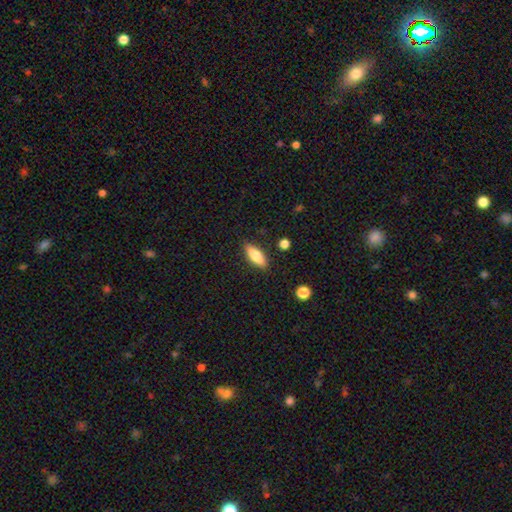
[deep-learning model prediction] Smooth or featured?
  - smooth: 69% *
  - featured or disk: 24%
  - star or artifact: 7%
How rounded?
  - in between: 68% *
  - cigar-shaped: 30%
  - round: 3%
Merging?
  - none: 86% *
  - minor disturbance: 10%
  - major disturbance: 2%
  - merger: 2%